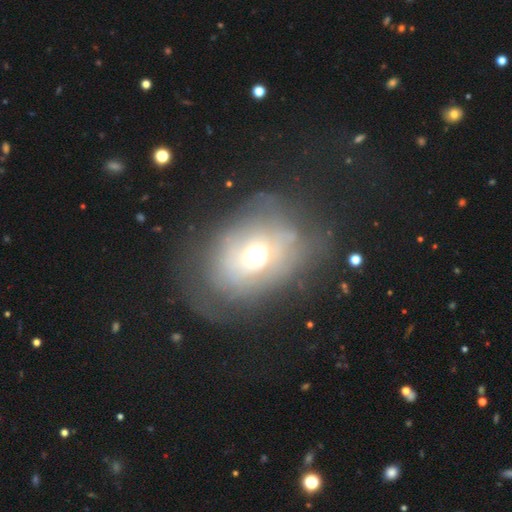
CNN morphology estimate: type=featured or disk (46%); merging=none (46%).